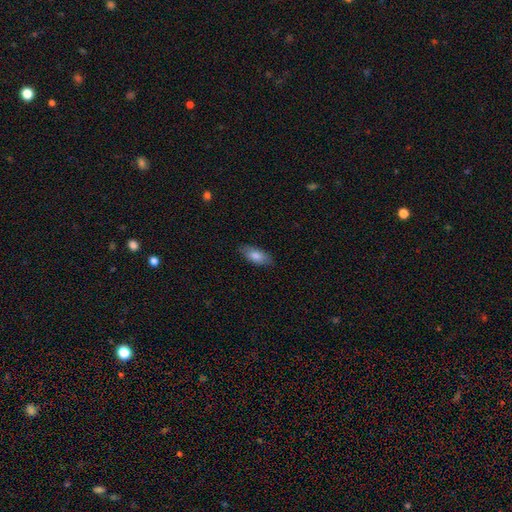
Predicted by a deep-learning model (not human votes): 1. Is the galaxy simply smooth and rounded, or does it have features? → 80% smooth, 13% featured or disk, 6% star or artifact.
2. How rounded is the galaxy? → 86% in between, 12% cigar-shaped, 2% round.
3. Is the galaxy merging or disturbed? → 83% none, 13% minor disturbance, 3% major disturbance, 1% merger.